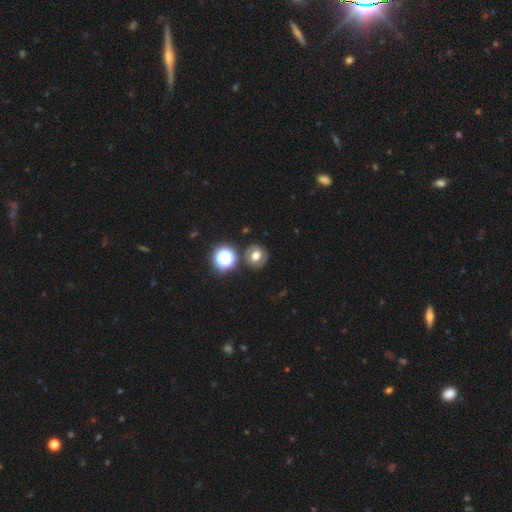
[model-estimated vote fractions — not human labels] smooth_or_featured: smooth (p=0.54) [alt: featured or disk p=0.29]
how_rounded: round (p=0.83) [alt: in between p=0.16]
merging: none (p=0.80) [alt: minor disturbance p=0.10]